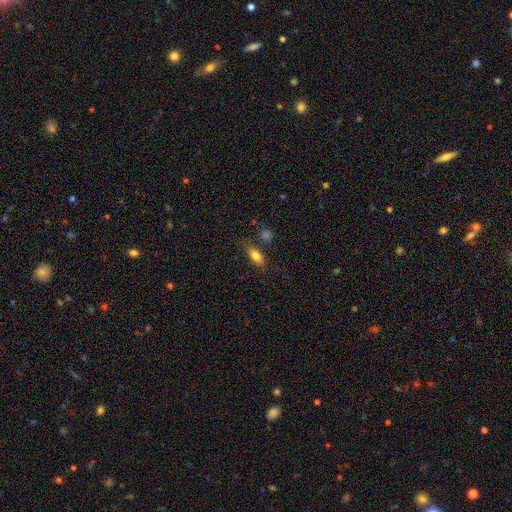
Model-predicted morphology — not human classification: Smooth or featured? Predicted: smooth (p=0.80). How rounded? Predicted: in between (p=0.82). Merging? Predicted: none (p=0.74).